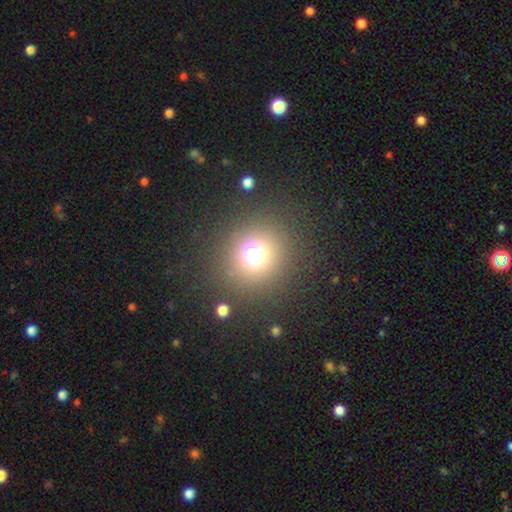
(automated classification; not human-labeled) Smooth or featured? Predicted: smooth (p=0.63). How rounded? Predicted: round (p=0.91). Merging? Predicted: none (p=0.82).